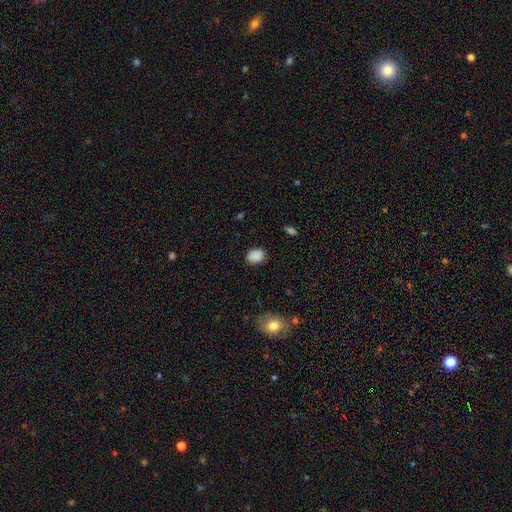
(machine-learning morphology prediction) type=smooth (88%); roundness=in between (67%); merging=none (84%).